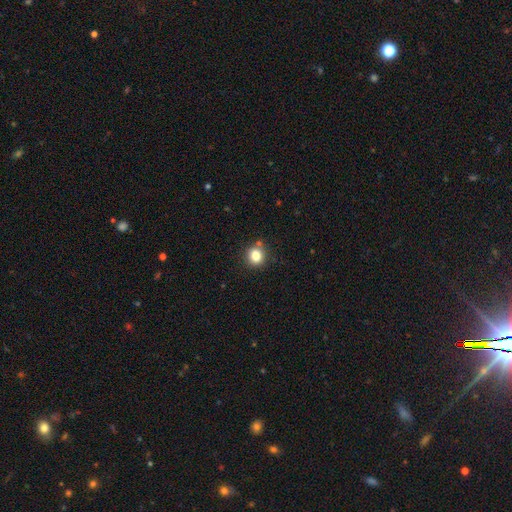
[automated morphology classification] This is clearly a smooth galaxy (81%). How rounded: clearly round (85%). Merging: clearly none (83%).